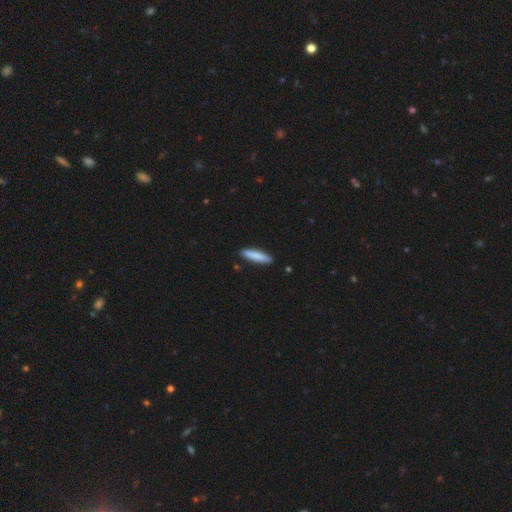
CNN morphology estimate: Smooth or featured? smooth (83%)
How rounded? cigar-shaped (87%)
Merging? none (89%)